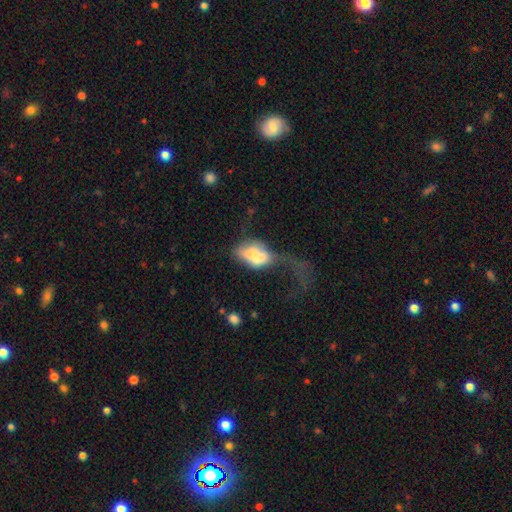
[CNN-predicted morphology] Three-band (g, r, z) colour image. It shows a smooth galaxy with no disk features (53%) that is in between round and cigar-shaped (82%). Merging: major disturbance (53%).